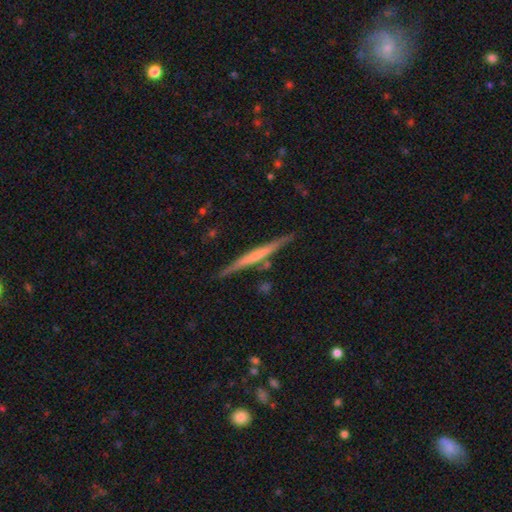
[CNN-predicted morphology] Smooth or featured? featured or disk (63%)
Edge-on disk? yes (97%)
Edge-on bulge? none (60%)
Merging? none (85%)